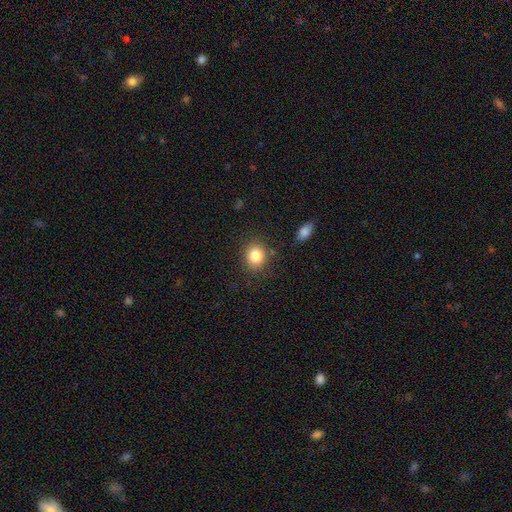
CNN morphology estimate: smooth 84%, star or artifact 10%, featured or disk 6%. Down the decision tree: how rounded — round (67%); merging — none (82%).